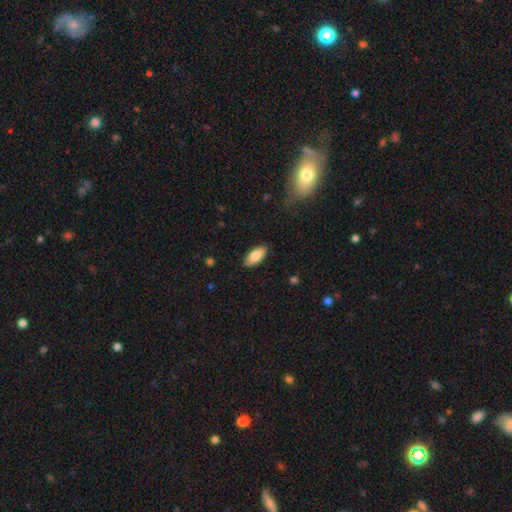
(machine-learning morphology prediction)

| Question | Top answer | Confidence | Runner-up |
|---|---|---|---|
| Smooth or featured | smooth | 84% | featured or disk (9%) |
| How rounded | in between | 89% | cigar-shaped (9%) |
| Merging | none | 88% | minor disturbance (9%) |